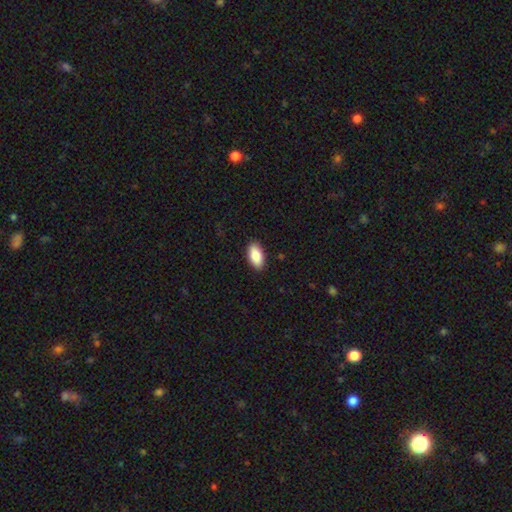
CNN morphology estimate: A smooth galaxy with no disk features (86%) that is in between round and cigar-shaped (93%). Merging: none (89%).